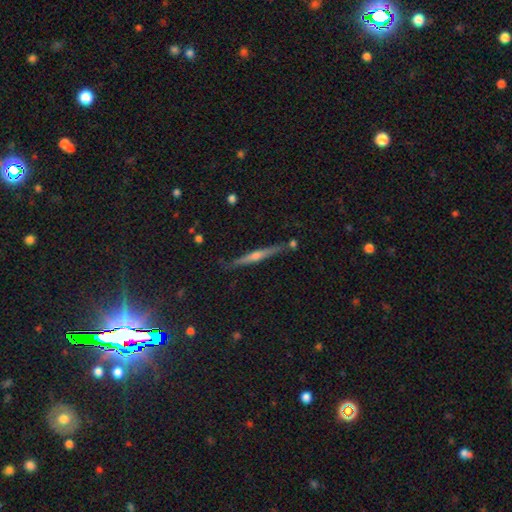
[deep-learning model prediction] Q: Smooth or featured?
A: featured or disk (74%); runner-up: smooth (16%)
Q: Edge-on disk?
A: yes (98%); runner-up: no (2%)
Q: Edge-on bulge?
A: rounded (80%); runner-up: none (13%)
Q: Merging?
A: none (87%); runner-up: minor disturbance (9%)